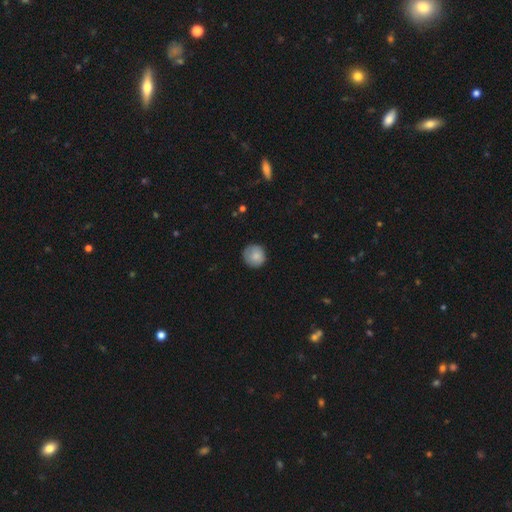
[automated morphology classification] This is clearly a smooth galaxy (83%). How rounded: clearly round (93%). Merging: clearly none (82%).